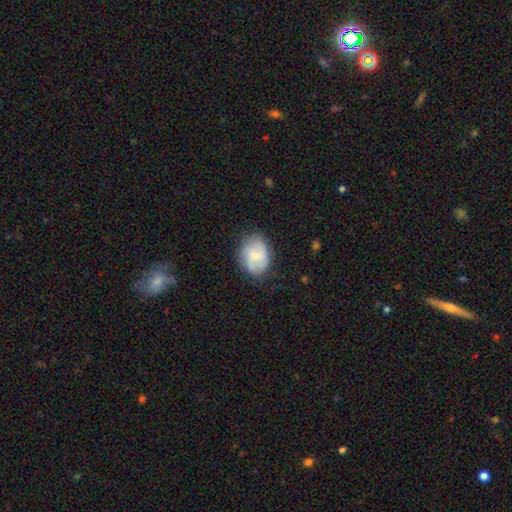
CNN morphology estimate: Overall: smooth (64%; featured or disk 29%). How rounded: in between (59%; round 40%). Merging: none (70%).